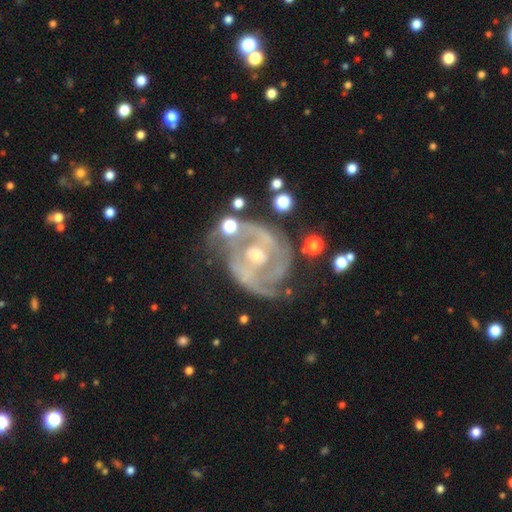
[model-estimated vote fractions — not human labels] Smooth or featured?
  - featured or disk: 89% *
  - star or artifact: 6%
  - smooth: 5%
Edge-on disk?
  - no: 97% *
  - yes: 3%
Bar?
  - no: 47% *
  - weak: 37%
  - strong: 16%
Spiral arms?
  - yes: 95% *
  - no: 5%
Spiral winding?
  - tight: 51% *
  - medium: 40%
  - loose: 8%
Spiral arm count?
  - 2: 57% *
  - 3: 17%
  - can't tell: 14%
  - 4: 4%
  - 1: 4%
  - more than 4: 4%
Bulge size?
  - small: 49% *
  - moderate: 46%
  - none: 2%
  - large: 2%
  - dominant: 1%
Merging?
  - none: 61% *
  - minor disturbance: 21%
  - major disturbance: 12%
  - merger: 6%